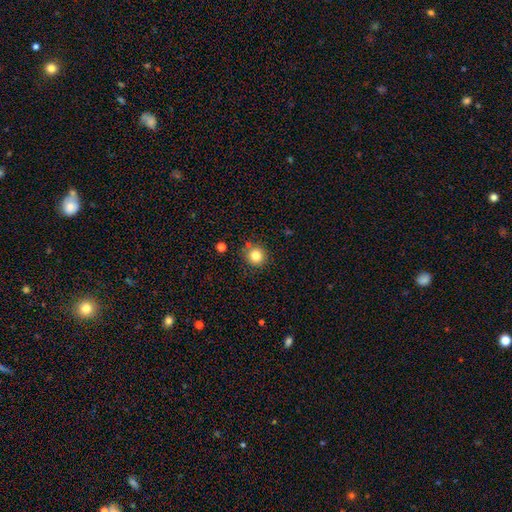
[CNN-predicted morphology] smooth-or-featured: smooth: 83% | star or artifact: 11% | featured or disk: 6%
  how-rounded: round: 92% | in between: 7% | cigar-shaped: 1%
  merging: none: 83% | minor disturbance: 10% | merger: 5% | major disturbance: 3%